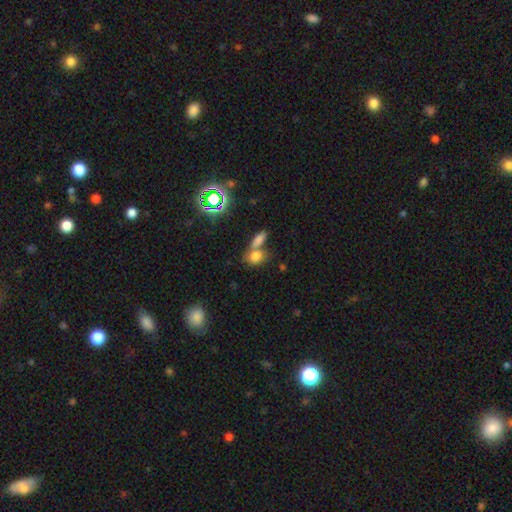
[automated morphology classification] A smooth galaxy with no disk features (74%) that is in between round and cigar-shaped (64%).

Vote fractions:
- Smooth or featured? smooth: 74% / star or artifact: 16% / featured or disk: 10%
- How rounded? in between: 64% / round: 31% / cigar-shaped: 5%
- Merging? merger: 50% / none: 36% / minor disturbance: 9% / major disturbance: 4%